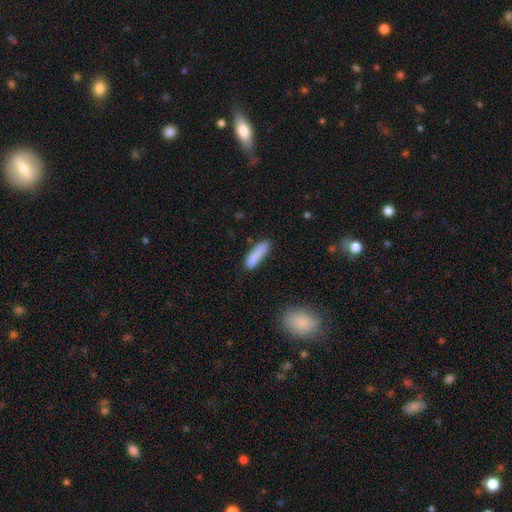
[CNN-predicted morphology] Smooth or featured? Predicted: smooth (p=0.86). How rounded? Predicted: cigar-shaped (p=0.64). Merging? Predicted: none (p=0.70).